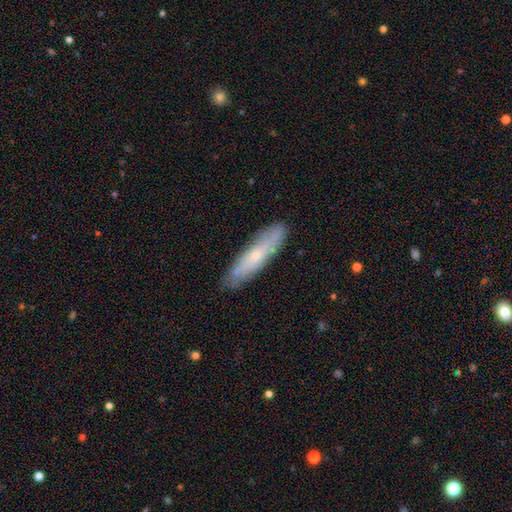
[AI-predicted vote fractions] This appears to be a smooth galaxy with no disk features (47%). Merging: none (81%).